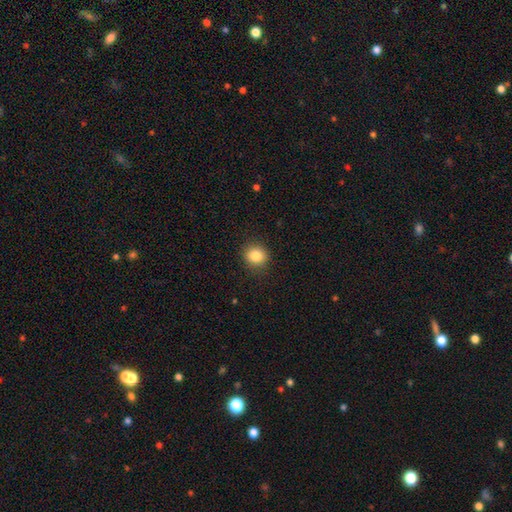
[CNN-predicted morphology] smooth 85%, star or artifact 10%, featured or disk 5%. Down the decision tree: how rounded — round (83%); merging — none (89%).